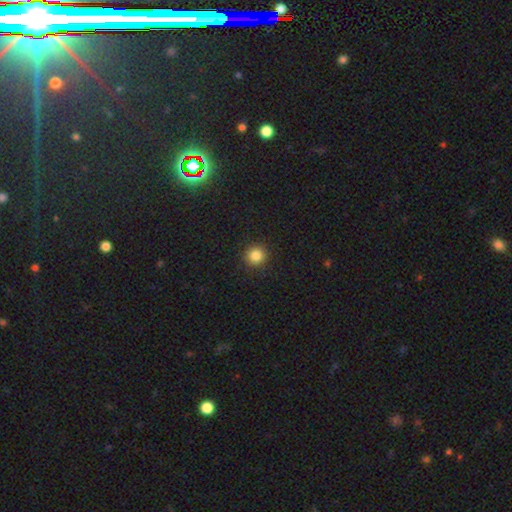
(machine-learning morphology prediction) smooth 84%, star or artifact 12%, featured or disk 4%. Down the decision tree: how rounded — round (94%); merging — none (92%).